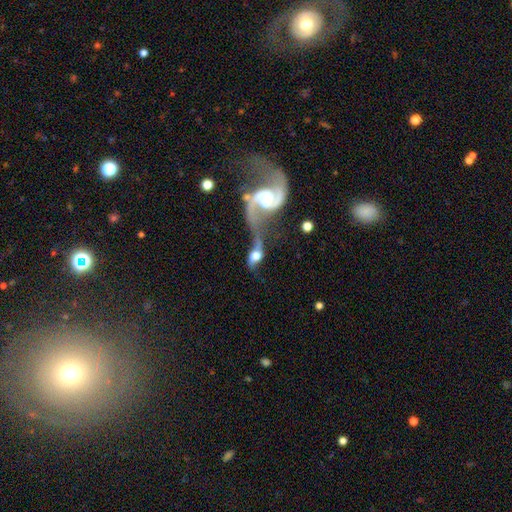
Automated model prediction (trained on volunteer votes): This appears to be a featured or disk galaxy (62%) with no bar (55%), spiral arms (80%) and a moderate central bulge (36%). Merging: merger (68%).